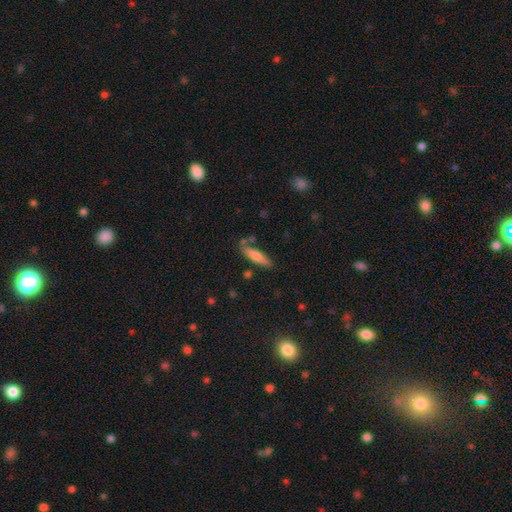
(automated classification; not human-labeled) smooth 70%, featured or disk 24%, star or artifact 7%. Down the decision tree: how rounded — cigar-shaped (77%); merging — none (74%).